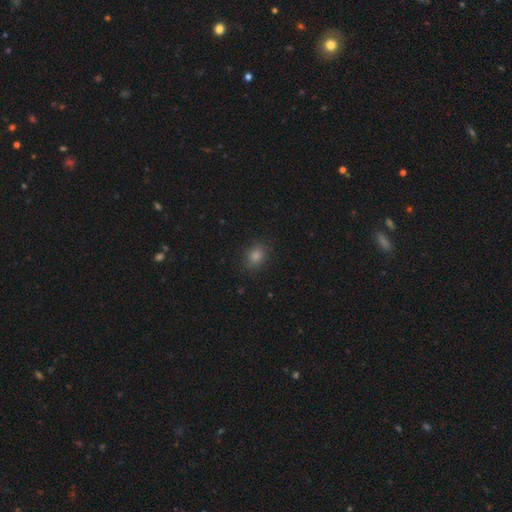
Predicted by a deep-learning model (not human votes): A smooth galaxy with no disk features (78%) that is in between round and cigar-shaped (56%).

Vote fractions:
- Smooth or featured? smooth: 78% / star or artifact: 16% / featured or disk: 6%
- How rounded? in between: 56% / round: 43% / cigar-shaped: 1%
- Merging? none: 88% / minor disturbance: 9% / major disturbance: 2% / merger: 1%